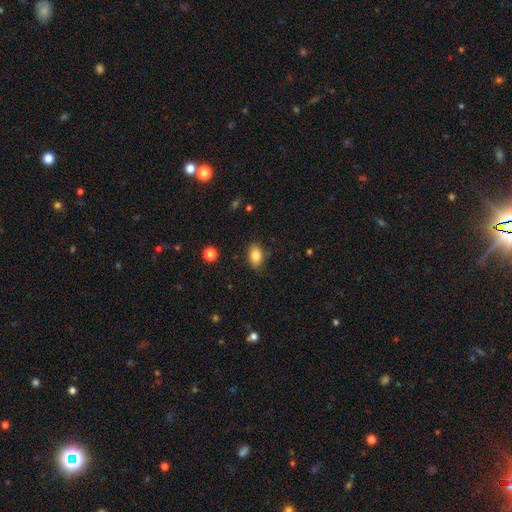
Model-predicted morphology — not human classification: smooth_or_featured: smooth (p=0.83) [alt: star or artifact p=0.09]
how_rounded: in between (p=0.84) [alt: round p=0.14]
merging: none (p=0.83) [alt: minor disturbance p=0.13]